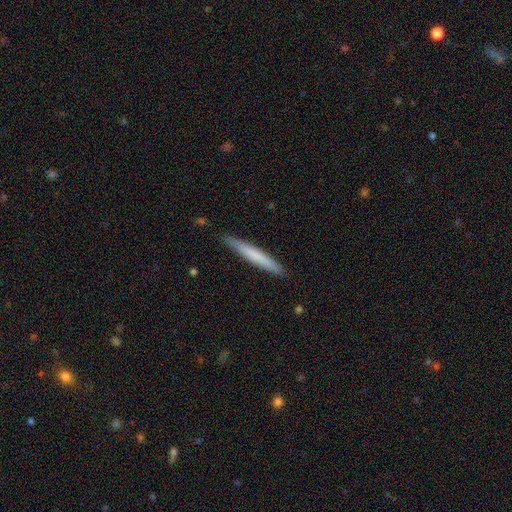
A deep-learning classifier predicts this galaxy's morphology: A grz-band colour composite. It shows a smooth galaxy with no disk features (70%) that is cigar-shaped (96%). Merging: none (89%).